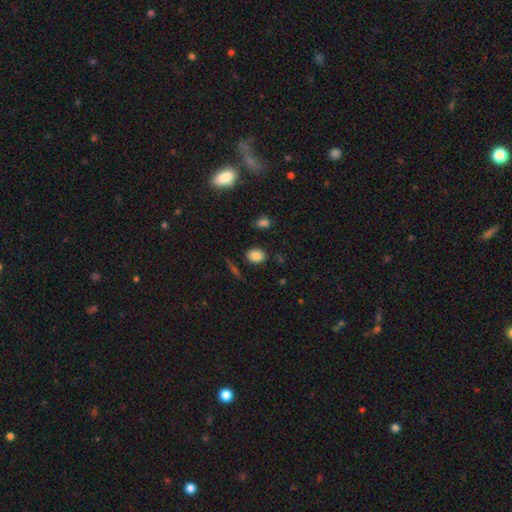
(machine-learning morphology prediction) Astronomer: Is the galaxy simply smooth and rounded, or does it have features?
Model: smooth — 82%.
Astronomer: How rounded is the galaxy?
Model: round — 51% (runner-up: in between, 47%).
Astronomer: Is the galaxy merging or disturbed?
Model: none — 84%.